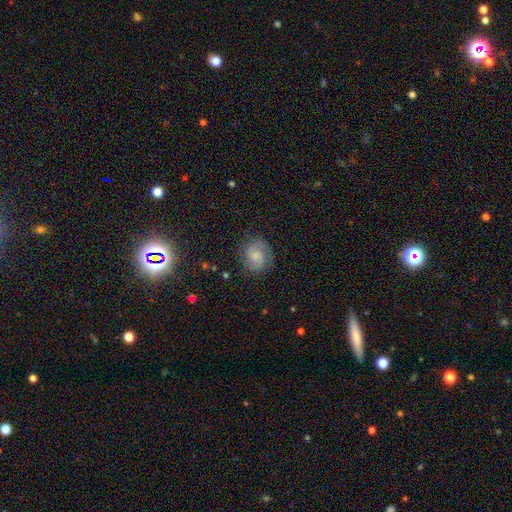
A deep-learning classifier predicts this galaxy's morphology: Smooth or featured? Predicted: smooth (p=0.46). Merging? Predicted: none (p=0.77).